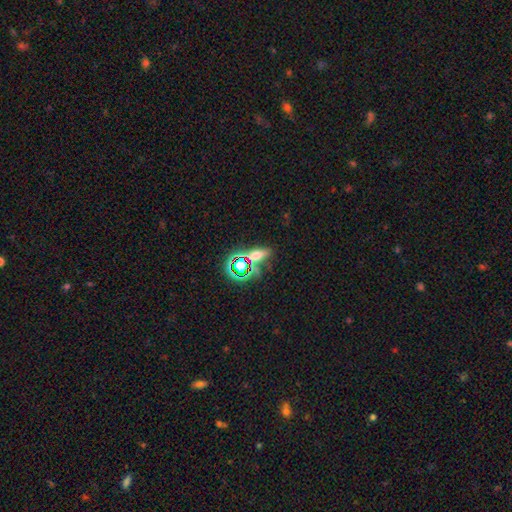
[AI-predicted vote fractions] This appears to be a smooth galaxy with no disk features (45%). Merging: none (66%).